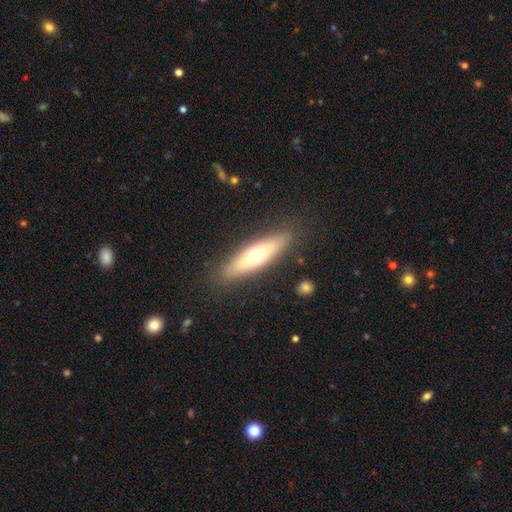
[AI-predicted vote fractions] This is possibly a smooth galaxy (56%). How rounded: likely cigar-shaped (70%). Merging: clearly none (87%).